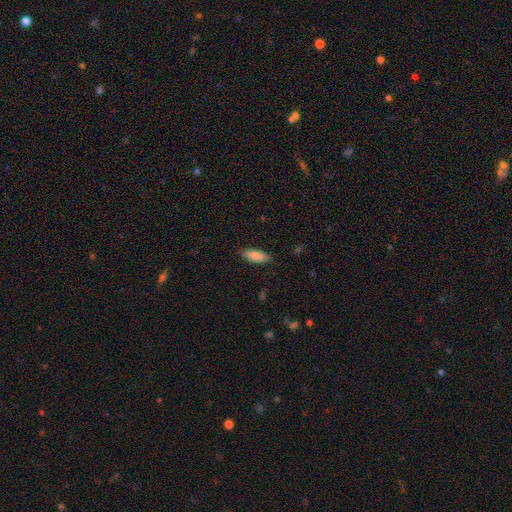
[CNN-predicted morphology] type=smooth (87%); roundness=in between (72%); merging=none (86%).